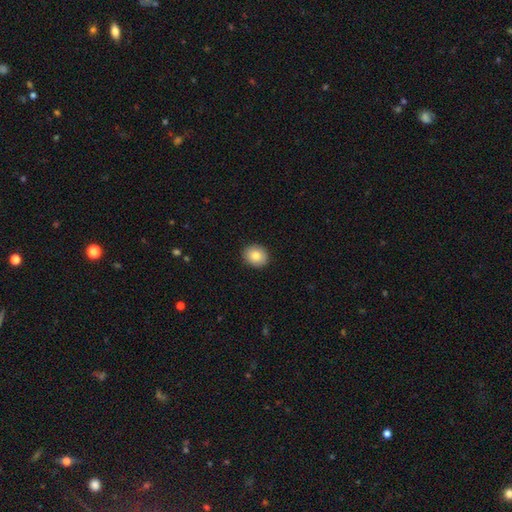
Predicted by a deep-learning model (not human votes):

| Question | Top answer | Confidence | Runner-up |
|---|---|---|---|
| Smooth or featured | smooth | 84% | featured or disk (8%) |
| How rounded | round | 65% | in between (34%) |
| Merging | none | 91% | minor disturbance (7%) |